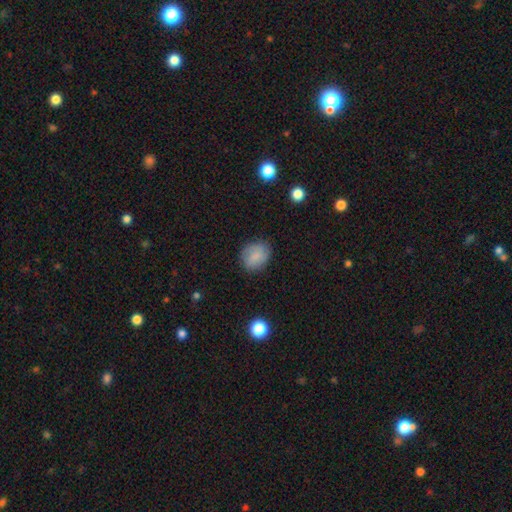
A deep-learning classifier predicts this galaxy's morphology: The model was most divided on "how rounded": round: 56%, in between: 43%, cigar-shaped: 1%. More confident: smooth or featured — smooth (82%); merging — none (81%).